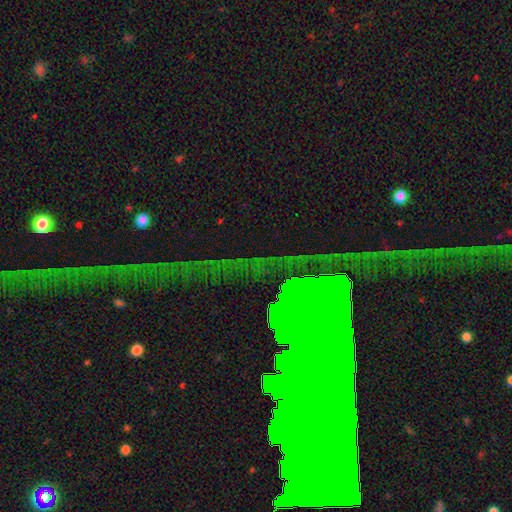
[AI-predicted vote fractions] This is likely a star or artifact rather than a galaxy (66%).